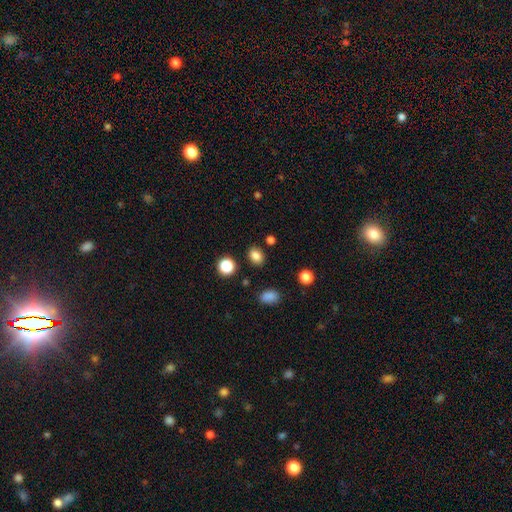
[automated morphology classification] This appears to be a smooth galaxy with no disk features (83%) that is in between round and cigar-shaped (60%). Merging: none (85%).